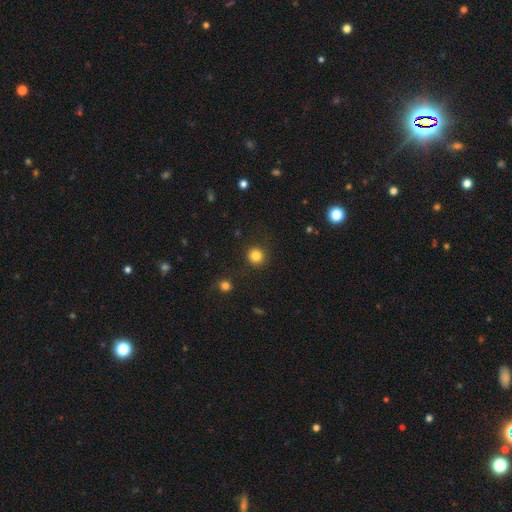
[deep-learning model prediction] Q: Smooth or featured?
A: smooth (84%); runner-up: star or artifact (12%)
Q: How rounded?
A: round (93%); runner-up: in between (6%)
Q: Merging?
A: none (89%); runner-up: minor disturbance (7%)